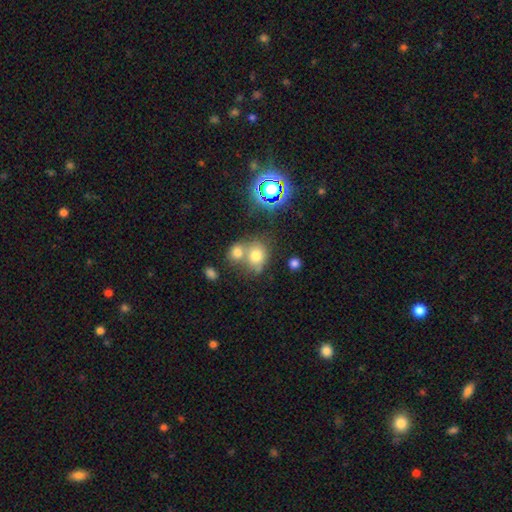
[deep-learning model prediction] Smooth or featured? Predicted: smooth (p=0.70). How rounded? Predicted: round (p=0.66). Merging? Predicted: merger (p=0.49).